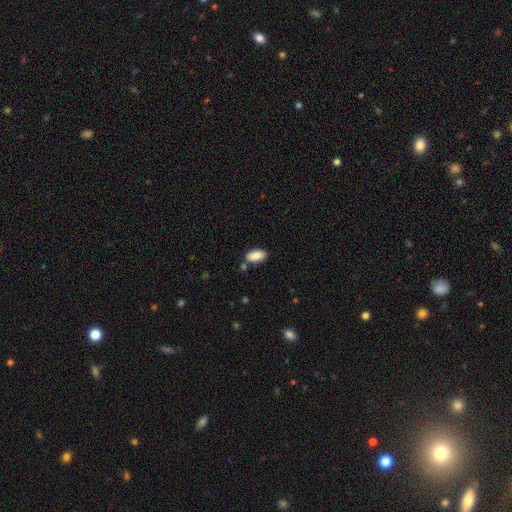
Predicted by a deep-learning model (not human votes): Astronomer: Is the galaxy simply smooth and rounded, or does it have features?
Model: smooth — 88%.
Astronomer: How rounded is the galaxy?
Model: in between — 92%.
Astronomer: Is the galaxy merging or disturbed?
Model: none — 77%.